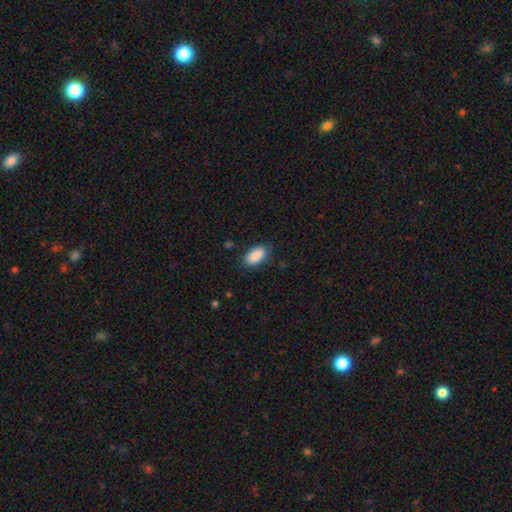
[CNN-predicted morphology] smooth-or-featured: smooth: 90% | star or artifact: 7% | featured or disk: 4%
  how-rounded: in between: 93% | round: 4% | cigar-shaped: 3%
  merging: none: 82% | minor disturbance: 14% | major disturbance: 3% | merger: 1%